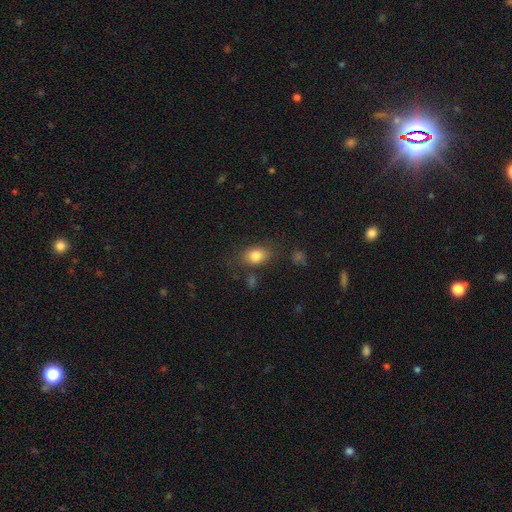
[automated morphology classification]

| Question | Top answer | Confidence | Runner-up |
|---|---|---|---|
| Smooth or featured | smooth | 81% | star or artifact (10%) |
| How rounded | in between | 74% | round (25%) |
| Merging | none | 75% | minor disturbance (15%) |